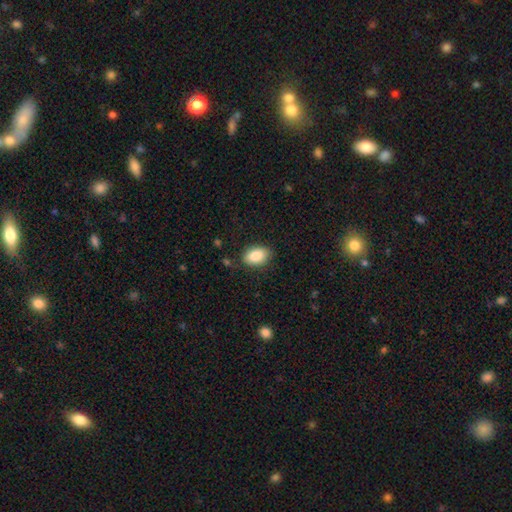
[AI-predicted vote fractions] Q: Smooth or featured?
A: smooth (87%); runner-up: star or artifact (7%)
Q: How rounded?
A: in between (87%); runner-up: round (12%)
Q: Merging?
A: none (83%); runner-up: minor disturbance (12%)